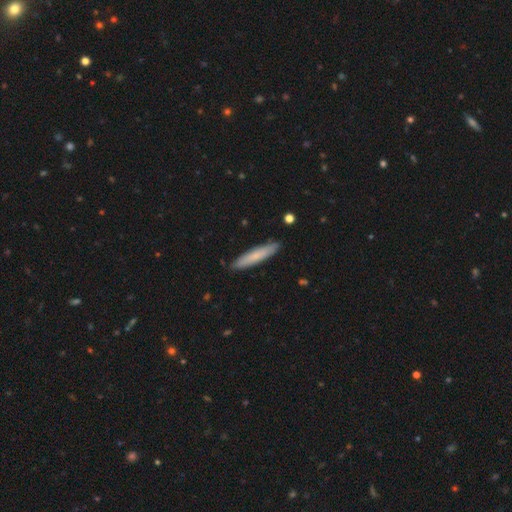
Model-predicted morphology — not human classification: Overall: smooth (74%). How rounded: cigar-shaped (90%). Merging: none (89%).